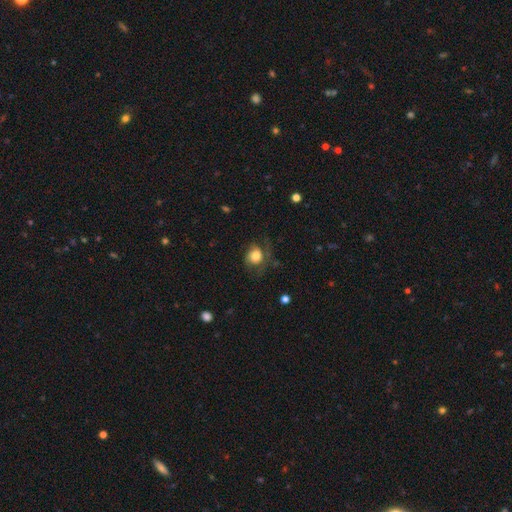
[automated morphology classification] Smooth or featured?
  - smooth: 70% *
  - featured or disk: 21%
  - star or artifact: 9%
How rounded?
  - round: 69% *
  - in between: 30%
  - cigar-shaped: 1%
Merging?
  - none: 48% *
  - major disturbance: 26%
  - minor disturbance: 24%
  - merger: 2%